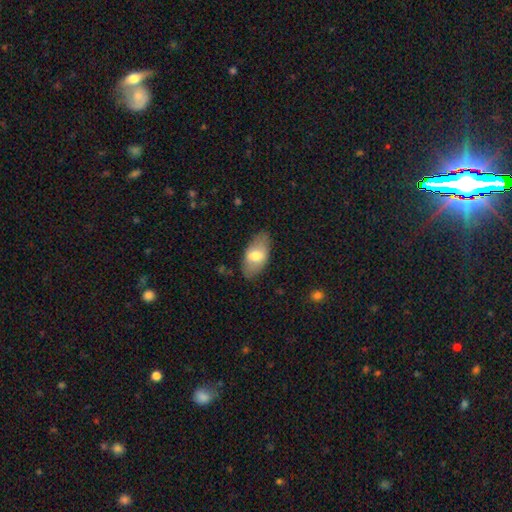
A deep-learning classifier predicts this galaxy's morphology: A smooth galaxy with no disk features (65%) that is in between round and cigar-shaped (92%). Merging: none (79%).